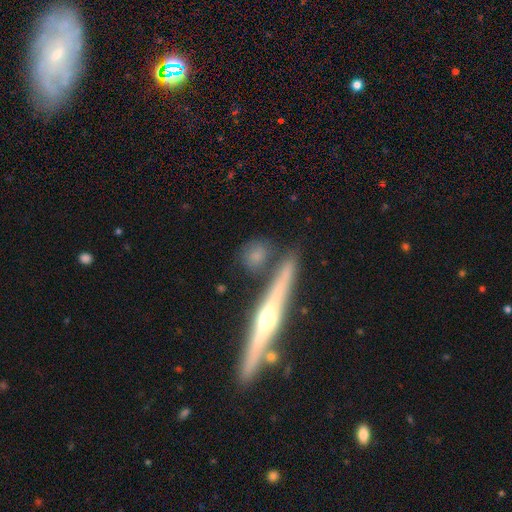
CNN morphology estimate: type=smooth (66%); roundness=round (54%); merging=none (67%).